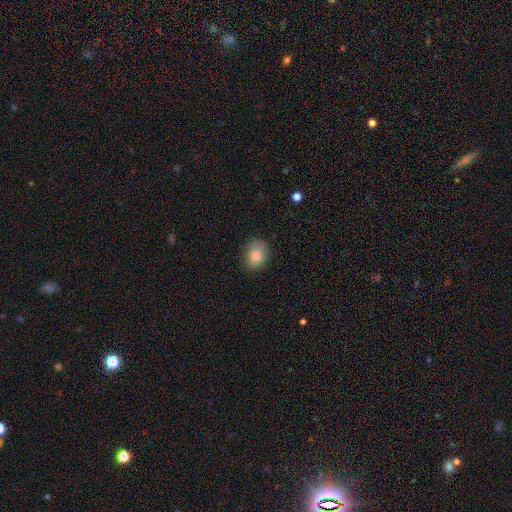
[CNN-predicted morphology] Smooth or featured: smooth — 81% (featured or disk — 11%)
How rounded: in between — 53% (round — 46%)
Merging: none — 81% (minor disturbance — 15%)